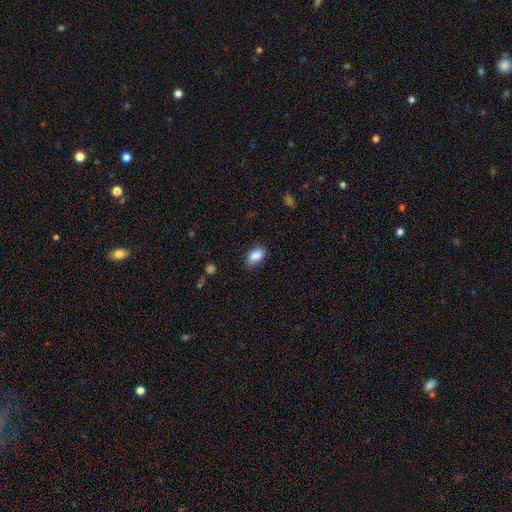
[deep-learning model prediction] Q: Smooth or featured?
A: smooth (87%); runner-up: star or artifact (8%)
Q: How rounded?
A: in between (90%); runner-up: round (8%)
Q: Merging?
A: none (76%); runner-up: minor disturbance (19%)